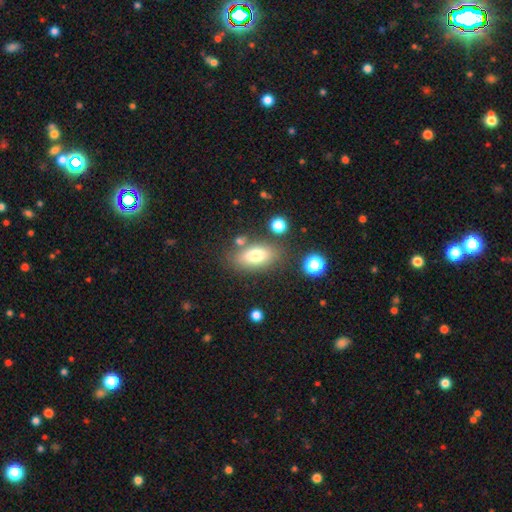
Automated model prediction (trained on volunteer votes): This appears to be a smooth galaxy with no disk features (76%) that is in between round and cigar-shaped (85%). Merging: none (74%).